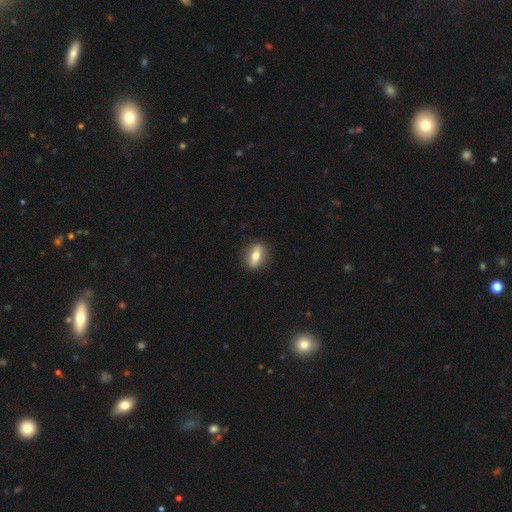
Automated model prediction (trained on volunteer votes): Morphology: type=smooth (55%); roundness=in between (67%); merging=none (87%).